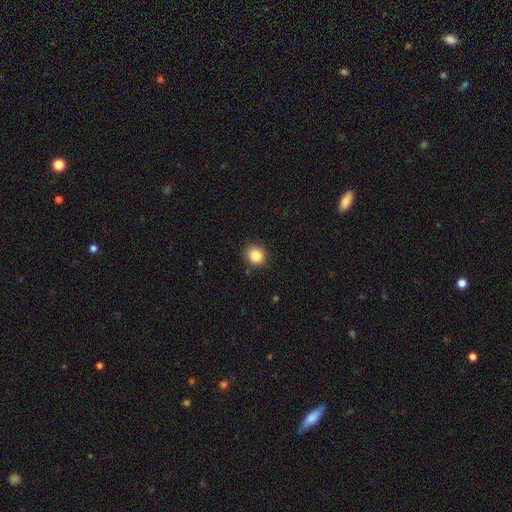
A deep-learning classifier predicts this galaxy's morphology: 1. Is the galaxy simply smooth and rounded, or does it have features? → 85% smooth, 10% star or artifact, 5% featured or disk.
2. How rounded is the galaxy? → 81% round, 18% in between, 1% cigar-shaped.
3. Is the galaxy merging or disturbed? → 88% none, 8% minor disturbance, 2% major disturbance, 1% merger.